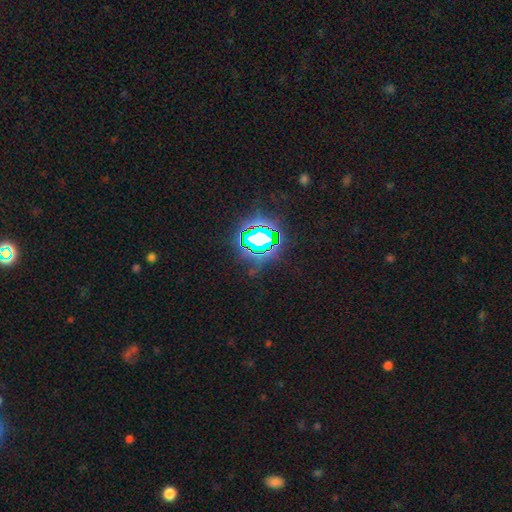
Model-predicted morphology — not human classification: Q: Smooth or featured?
A: star or artifact (82%); runner-up: smooth (12%)